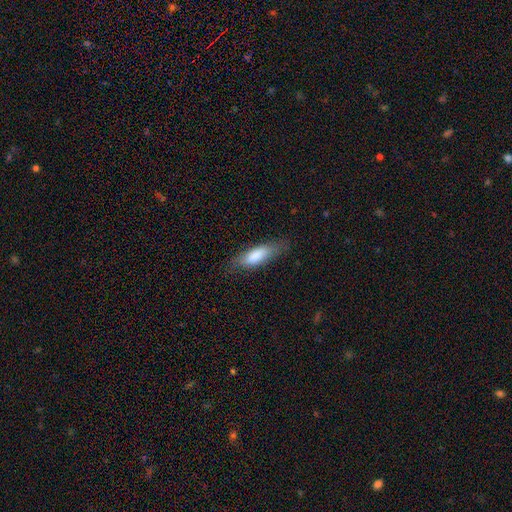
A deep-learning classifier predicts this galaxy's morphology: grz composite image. It shows a smooth galaxy with no disk features (80%) that is in between round and cigar-shaped (57%). Merging: none (76%).